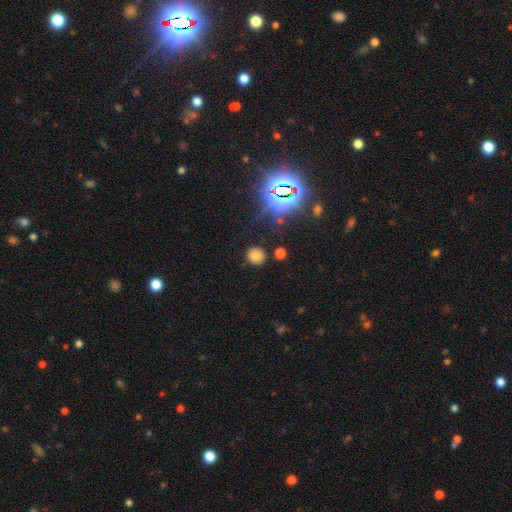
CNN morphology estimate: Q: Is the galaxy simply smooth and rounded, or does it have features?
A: smooth — 71%.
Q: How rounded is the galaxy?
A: round — 90%.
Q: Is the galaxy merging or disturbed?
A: none — 86%.